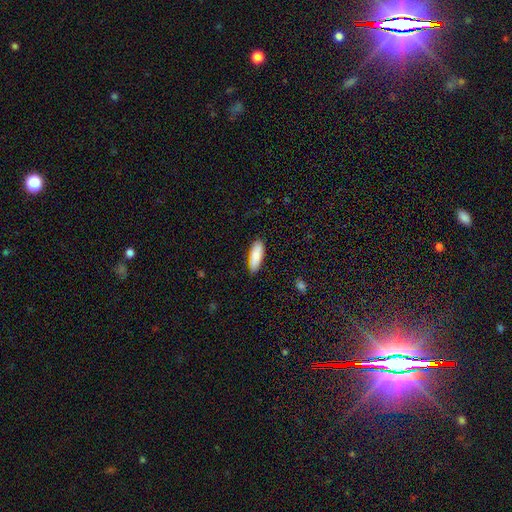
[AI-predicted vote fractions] smooth 86%, featured or disk 8%, star or artifact 6%. Down the decision tree: how rounded — in between (67%); merging — none (82%).